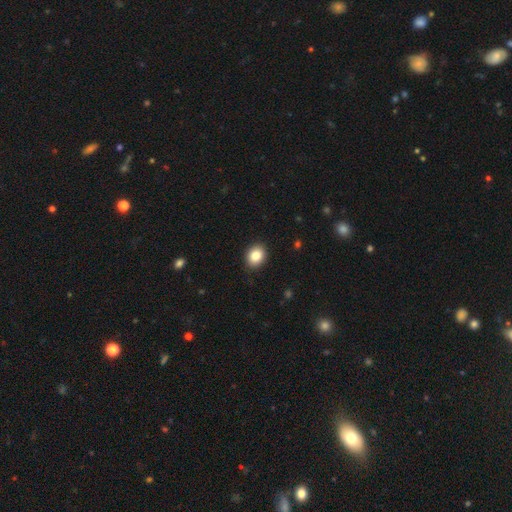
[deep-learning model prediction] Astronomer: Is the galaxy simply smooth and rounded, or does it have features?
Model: smooth — 86%.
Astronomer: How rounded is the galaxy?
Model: round — 50% (runner-up: in between, 49%).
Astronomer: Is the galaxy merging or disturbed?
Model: none — 89%.